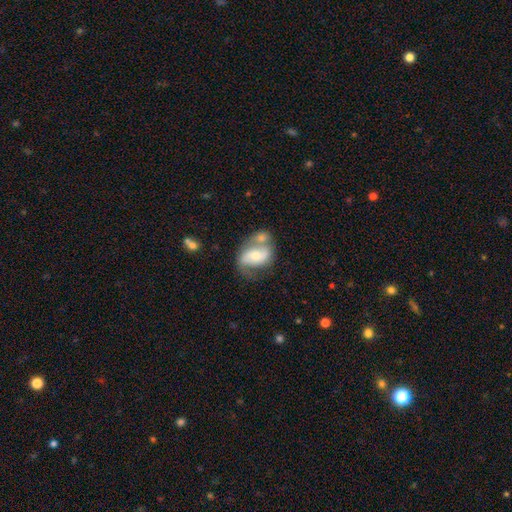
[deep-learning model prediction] featured or disk 59%, smooth 35%, star or artifact 7%. Down the decision tree: edge-on disk — no (96%); bar — no (53%); spiral arms — yes (76%); bulge size — moderate (54%); merging — merger (38%).